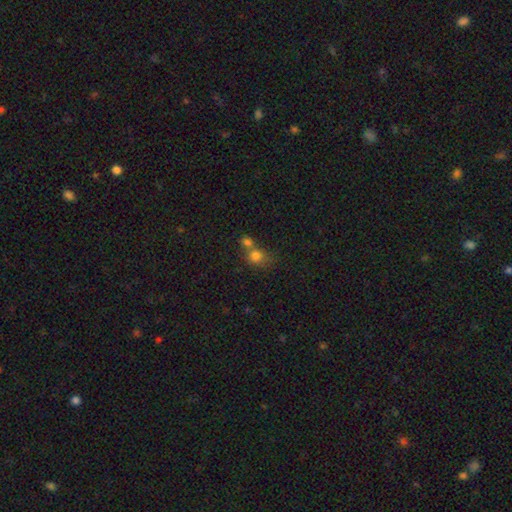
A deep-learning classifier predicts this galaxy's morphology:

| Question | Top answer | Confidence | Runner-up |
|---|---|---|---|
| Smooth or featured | smooth | 77% | star or artifact (14%) |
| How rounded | round | 75% | in between (23%) |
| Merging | merger | 51% | none (36%) |